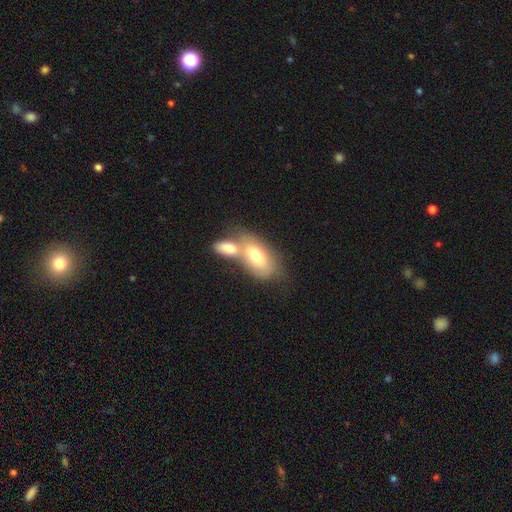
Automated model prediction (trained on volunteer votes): This appears to be a smooth galaxy with no disk features (65%) that is in between round and cigar-shaped (88%). Merging: merger (63%).